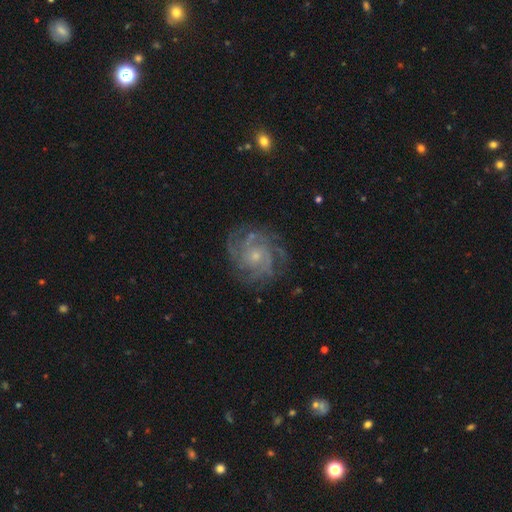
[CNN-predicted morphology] This is clearly a featured or disk galaxy (86%). It is clearly not viewed edge-on (97%). Bar: likely no (74%). Spiral arm pattern: clearly yes (97%). Spiral arm count: marginally 4 (32%). Spiral winding: possibly tight (60%). Central bulge: likely small (69%). Merging: likely none (78%).